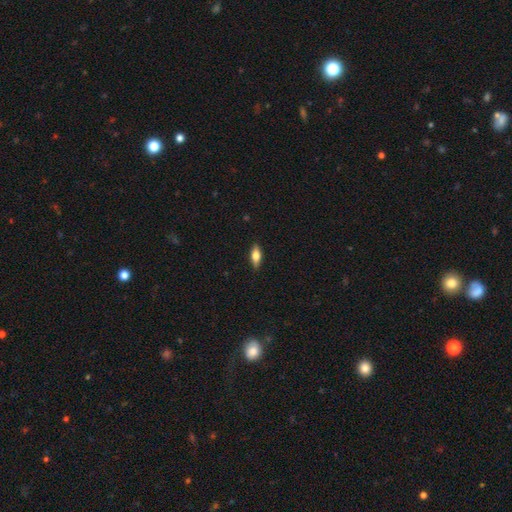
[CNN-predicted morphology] The model was most divided on "smooth or featured": smooth: 63%, featured or disk: 30%, star or artifact: 7%. More confident: merging — none (88%); how rounded — in between (72%).